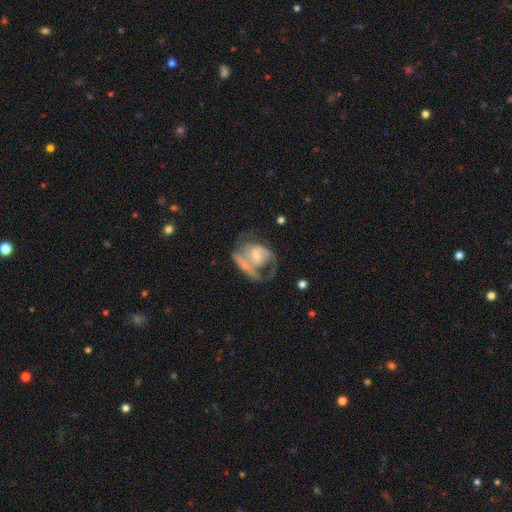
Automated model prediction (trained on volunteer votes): This is likely a featured or disk galaxy (69%). It is clearly not viewed edge-on (97%). Bar: likely no (60%). Spiral arm pattern: likely yes (73%). Central bulge: possibly small (54%). Merging: marginally major disturbance (33%).